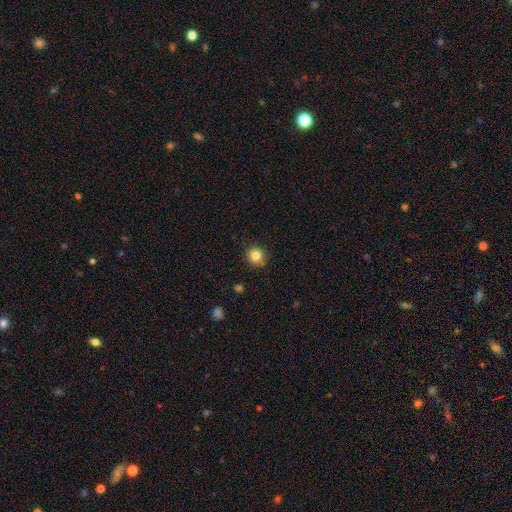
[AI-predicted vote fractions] A smooth galaxy with no disk features (84%) that is round (91%).

Vote fractions:
- Smooth or featured? smooth: 84% / star or artifact: 11% / featured or disk: 5%
- How rounded? round: 91% / in between: 8% / cigar-shaped: 1%
- Merging? none: 89% / minor disturbance: 8% / major disturbance: 2% / merger: 2%